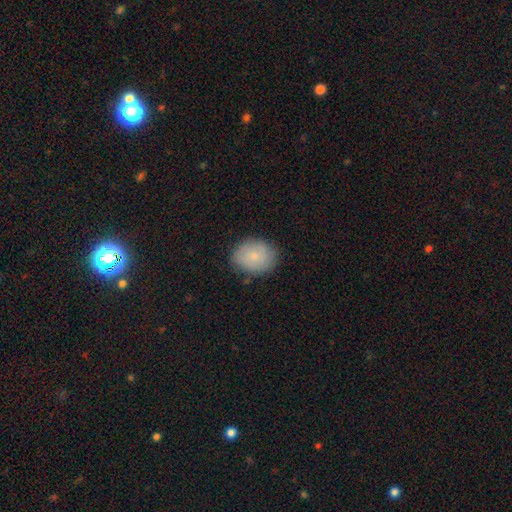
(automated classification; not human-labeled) Overall: smooth (78%). How rounded: in between (52%; round 48%). Merging: none (79%).